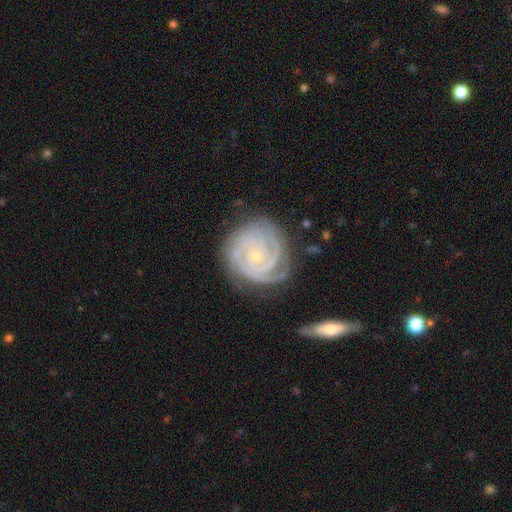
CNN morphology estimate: This is clearly a featured or disk galaxy (88%). It is clearly not viewed edge-on (97%). Bar: likely no (77%). Spiral arm pattern: clearly yes (98%). Spiral arm count: marginally 3 (33%). Spiral winding: clearly tight (82%). Central bulge: clearly small (84%). Merging: likely none (74%).